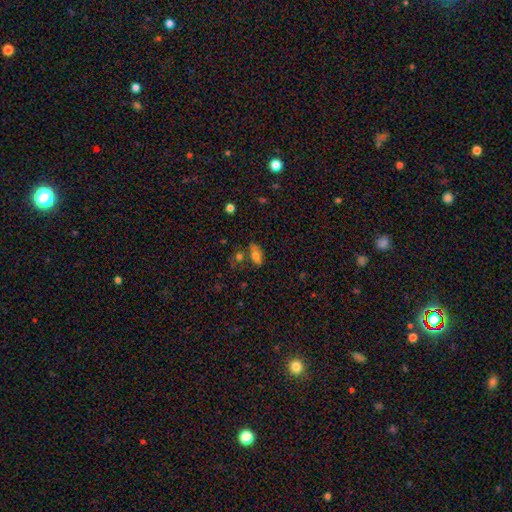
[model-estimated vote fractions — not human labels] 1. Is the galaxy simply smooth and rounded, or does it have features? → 72% smooth, 17% featured or disk, 10% star or artifact.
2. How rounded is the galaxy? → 83% in between, 11% cigar-shaped, 6% round.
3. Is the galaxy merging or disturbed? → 52% none, 23% minor disturbance, 16% merger, 9% major disturbance.